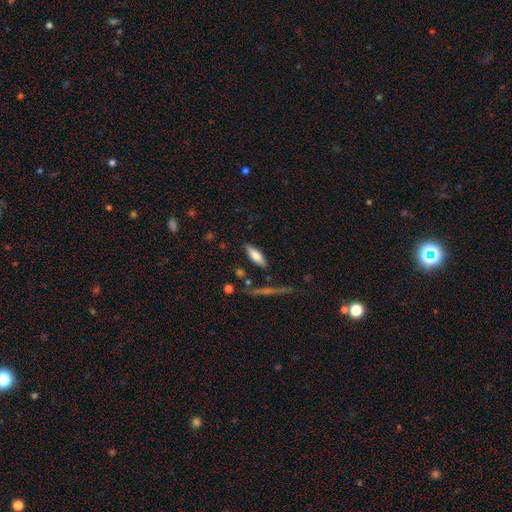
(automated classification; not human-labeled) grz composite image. It shows a smooth galaxy with no disk features (70%) that is in between round and cigar-shaped (58%). Merging: none (80%).